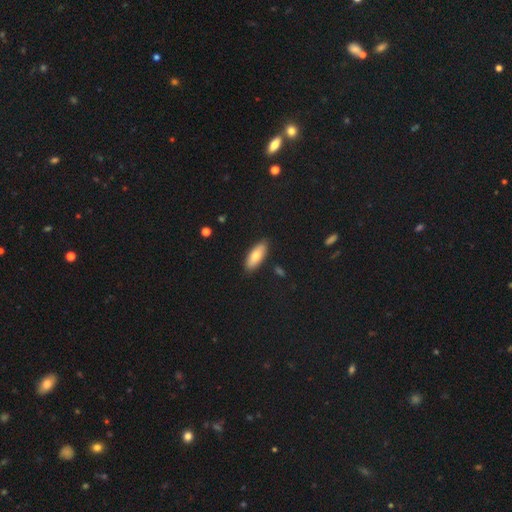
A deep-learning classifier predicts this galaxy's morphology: smooth 75%, featured or disk 18%, star or artifact 6%. Down the decision tree: how rounded — in between (78%); merging — none (87%).